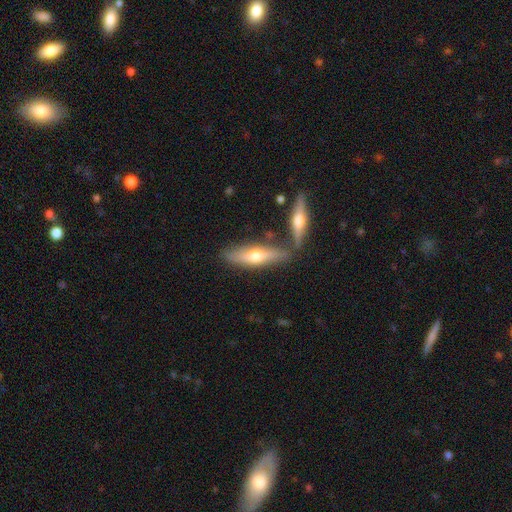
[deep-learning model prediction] smooth 47% (tied), featured or disk 47% (tied), star or artifact 6%. Down the decision tree: merging — none (65%).